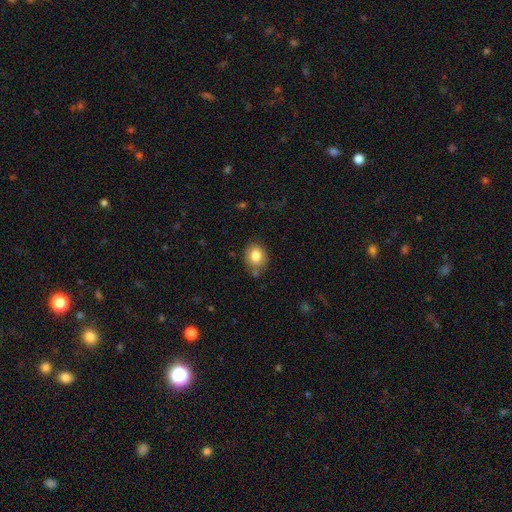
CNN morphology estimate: smooth-or-featured: smooth: 81% | star or artifact: 9% | featured or disk: 9%
  how-rounded: round: 66% | in between: 33% | cigar-shaped: 1%
  merging: none: 73% | minor disturbance: 18% | merger: 6% | major disturbance: 4%